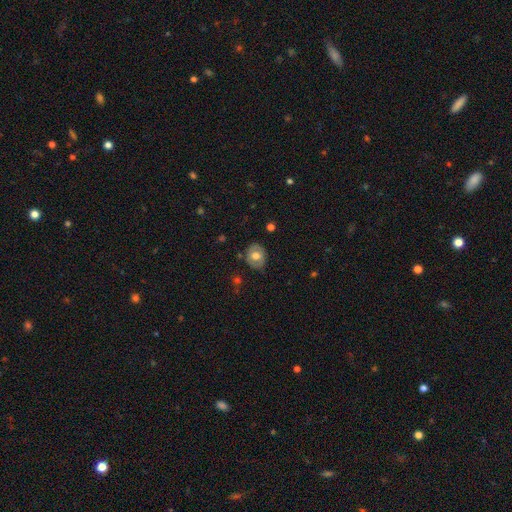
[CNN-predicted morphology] Smooth or featured? smooth (57%)
How rounded? round (50%)
Merging? none (82%)